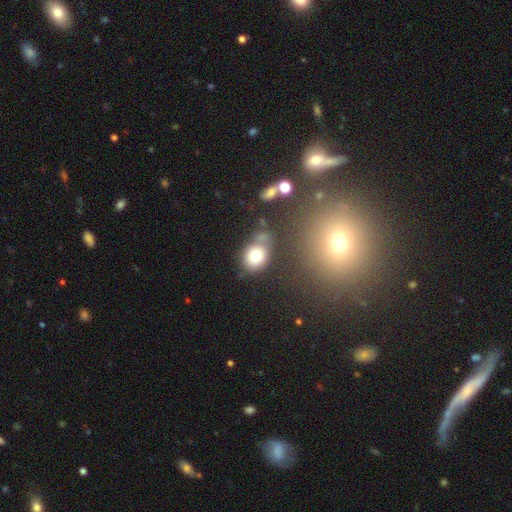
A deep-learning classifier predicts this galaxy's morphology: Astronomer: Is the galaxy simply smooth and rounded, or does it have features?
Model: smooth — 80%.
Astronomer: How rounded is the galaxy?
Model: in between — 54% (runner-up: round, 45%).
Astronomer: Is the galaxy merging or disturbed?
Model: none — 50%.